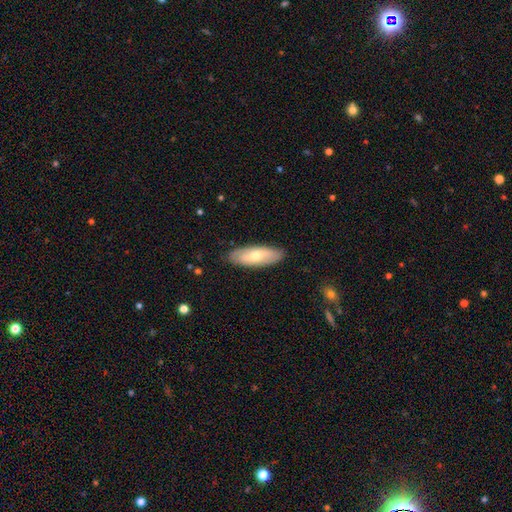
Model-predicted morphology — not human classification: Q: Smooth or featured?
A: smooth (57%); runner-up: featured or disk (38%)
Q: How rounded?
A: in between (71%); runner-up: cigar-shaped (27%)
Q: Merging?
A: none (86%); runner-up: minor disturbance (11%)